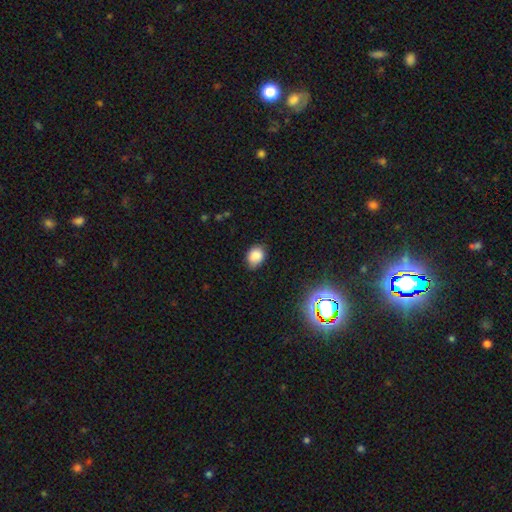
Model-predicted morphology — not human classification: Smooth or featured? smooth (84%)
How rounded? in between (63%)
Merging? none (73%)